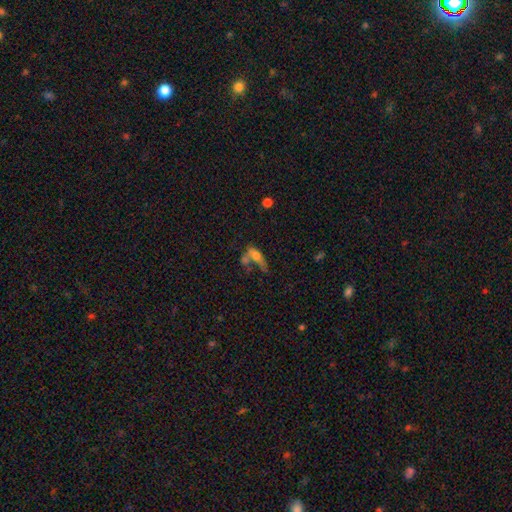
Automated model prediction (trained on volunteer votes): The model was most divided on "merging": merger: 42%, major disturbance: 23%, none: 21%, minor disturbance: 14%. More confident: how rounded — in between (67%); smooth or featured — smooth (56%).